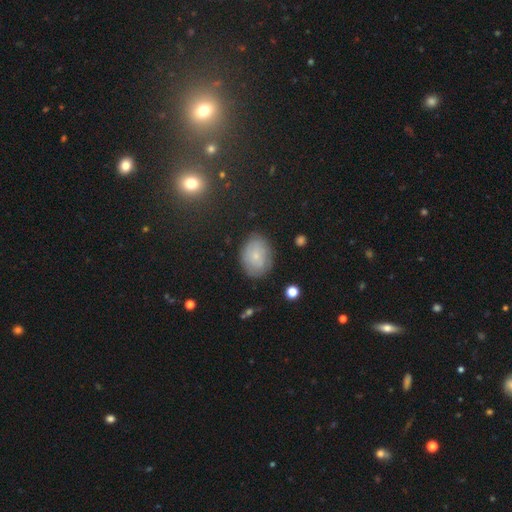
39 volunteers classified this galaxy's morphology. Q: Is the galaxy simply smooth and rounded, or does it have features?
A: smooth — 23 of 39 (59%).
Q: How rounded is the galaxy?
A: in between — 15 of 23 (65%).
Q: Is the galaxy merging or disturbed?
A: none — 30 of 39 (77%).